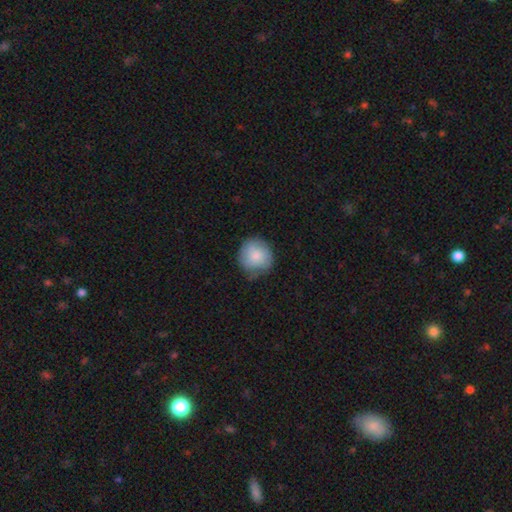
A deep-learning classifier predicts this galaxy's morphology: smooth_or_featured: smooth (p=0.82) [alt: featured or disk p=0.12]
how_rounded: round (p=0.90) [alt: in between p=0.09]
merging: none (p=0.63) [alt: minor disturbance p=0.29]